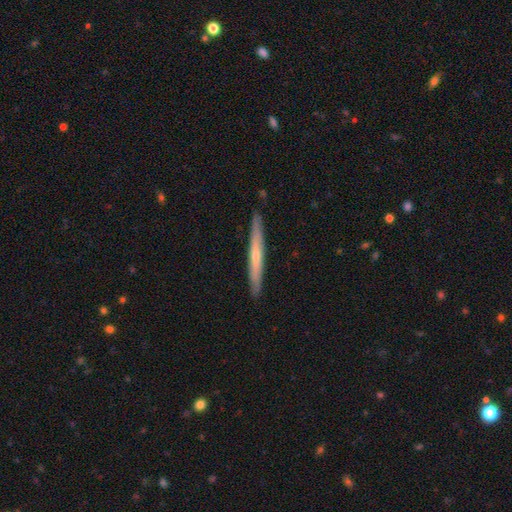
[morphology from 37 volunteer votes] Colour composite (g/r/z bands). It shows a featured or disk galaxy (65%) viewed edge-on (100%) with a rounded central bulge (58%). Merging: none (97%).